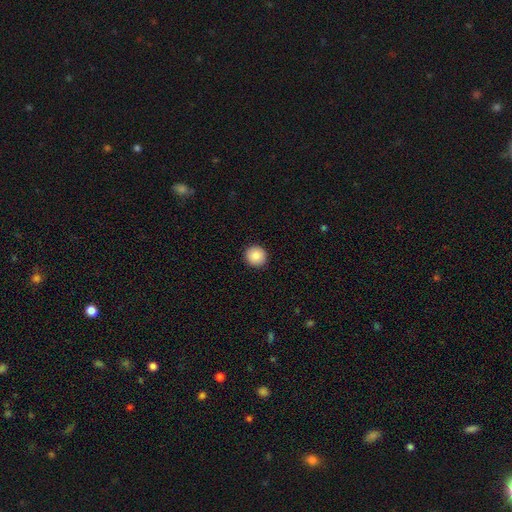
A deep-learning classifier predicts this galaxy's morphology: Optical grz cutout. It shows a smooth galaxy with no disk features (88%) that is round (93%). Merging: none (93%).